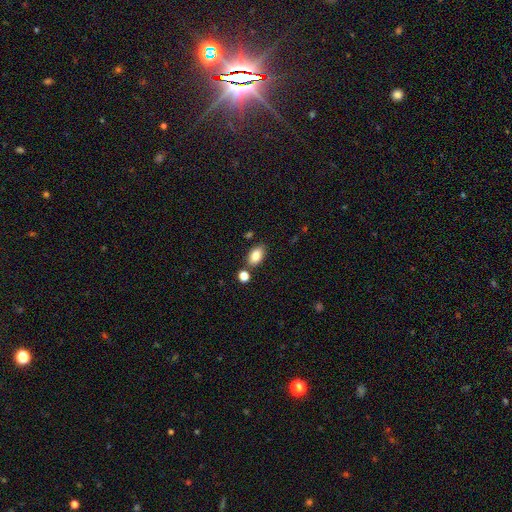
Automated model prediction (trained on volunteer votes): Smooth or featured?
  - smooth: 85% *
  - star or artifact: 8%
  - featured or disk: 7%
How rounded?
  - in between: 90% *
  - round: 8%
  - cigar-shaped: 2%
Merging?
  - none: 77% *
  - minor disturbance: 11%
  - merger: 9%
  - major disturbance: 3%